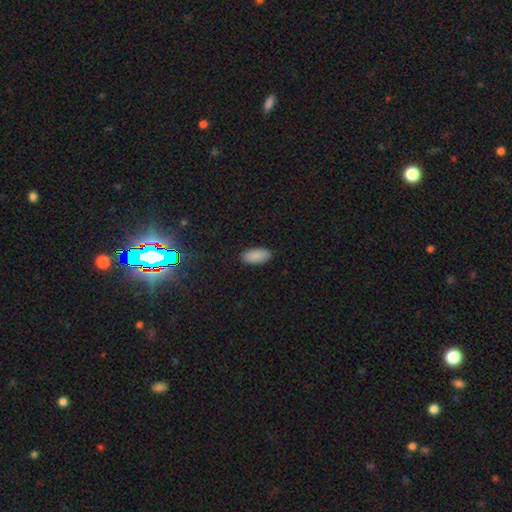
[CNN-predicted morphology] The model was most divided on "merging": none: 88%, minor disturbance: 9%, major disturbance: 2%, merger: 1%. More confident: how rounded — in between (91%); smooth or featured — smooth (90%).